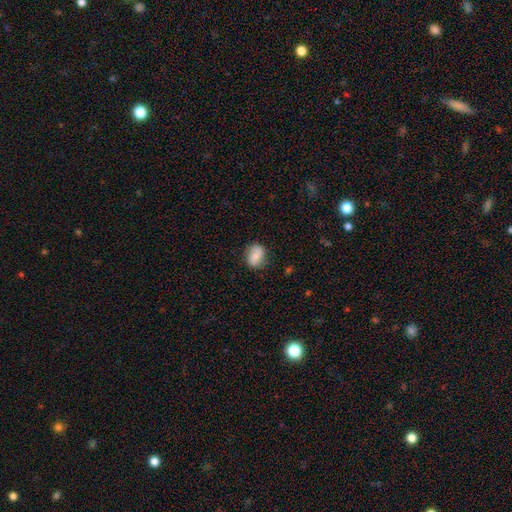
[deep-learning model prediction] A smooth galaxy with no disk features (69%) that is in between round and cigar-shaped (60%). Merging: none (76%).